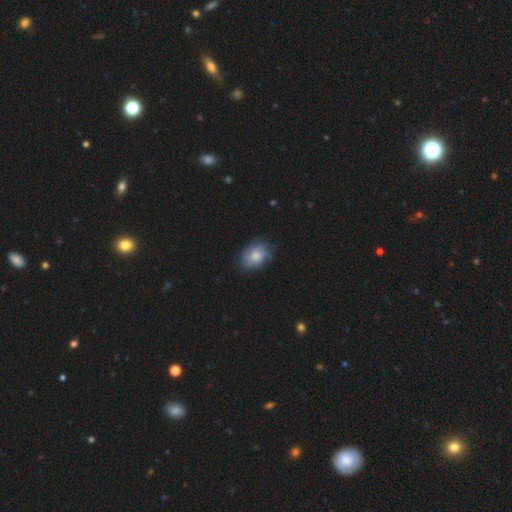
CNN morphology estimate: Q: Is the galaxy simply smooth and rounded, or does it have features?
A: smooth — 53%.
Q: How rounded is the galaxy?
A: in between — 67%.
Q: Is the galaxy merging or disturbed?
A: none — 70%.